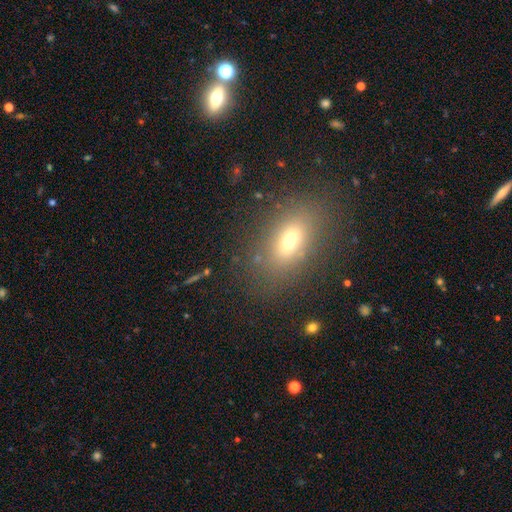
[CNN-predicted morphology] smooth_or_featured: smooth (p=0.62) [alt: star or artifact p=0.19]
how_rounded: in between (p=0.77) [alt: round p=0.13]
merging: none (p=0.83) [alt: minor disturbance p=0.10]